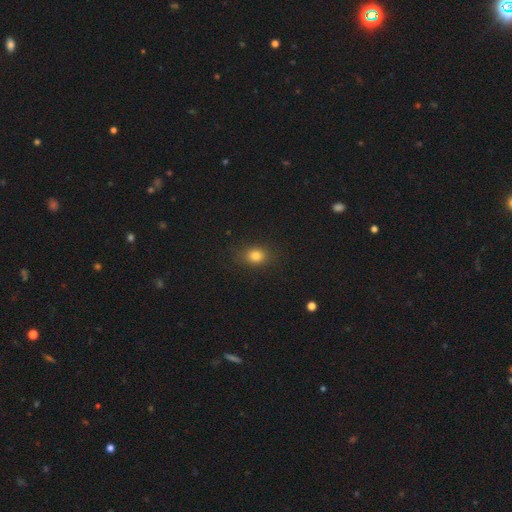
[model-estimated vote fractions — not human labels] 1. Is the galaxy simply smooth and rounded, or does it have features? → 81% smooth, 12% star or artifact, 6% featured or disk.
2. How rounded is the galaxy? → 52% in between, 46% round, 1% cigar-shaped.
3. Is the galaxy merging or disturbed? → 85% none, 10% minor disturbance, 3% major disturbance, 1% merger.